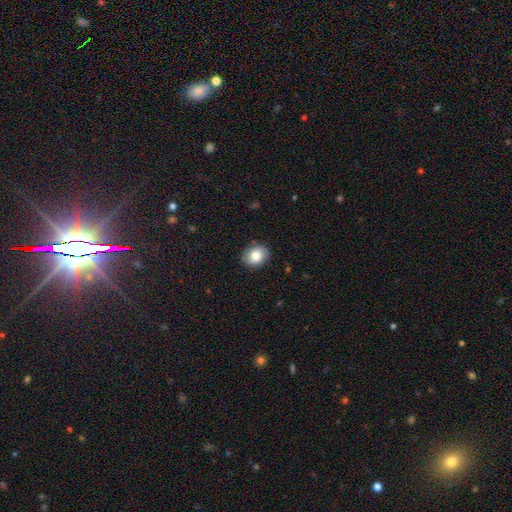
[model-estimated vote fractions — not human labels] Smooth or featured? smooth (83%)
How rounded? in between (57%)
Merging? none (86%)